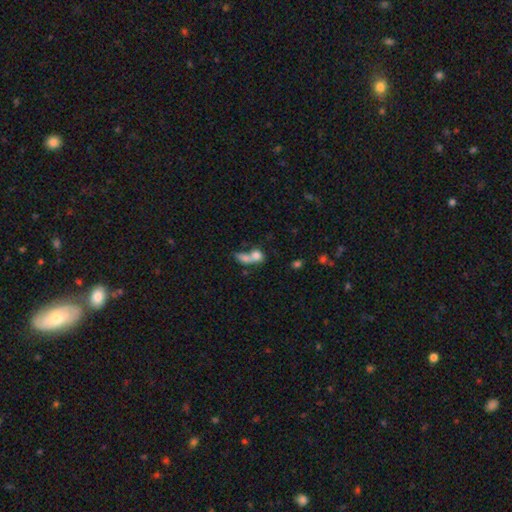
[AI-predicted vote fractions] A smooth galaxy with no disk features (72%) that is in between round and cigar-shaped (54%).

Vote fractions:
- Smooth or featured? smooth: 72% / featured or disk: 17% / star or artifact: 10%
- How rounded? in between: 54% / round: 40% / cigar-shaped: 6%
- Merging? merger: 65% / none: 19% / major disturbance: 8% / minor disturbance: 7%